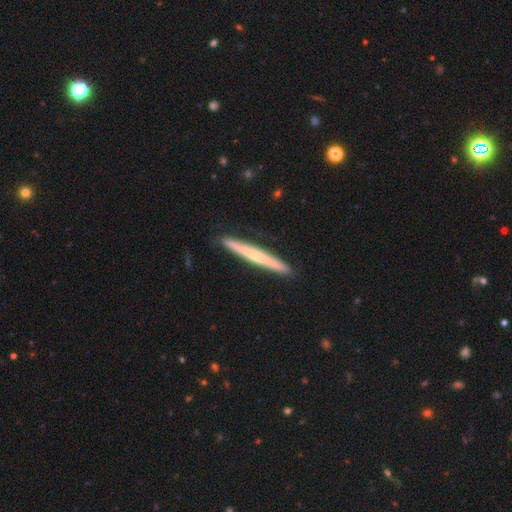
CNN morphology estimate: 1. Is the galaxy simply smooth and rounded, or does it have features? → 54% featured or disk, 41% smooth, 5% star or artifact.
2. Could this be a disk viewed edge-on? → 97% yes, 3% no.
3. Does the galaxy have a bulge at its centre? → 52% none, 43% rounded, 5% boxy.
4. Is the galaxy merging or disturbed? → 91% none, 6% minor disturbance, 1% major disturbance, 1% merger.